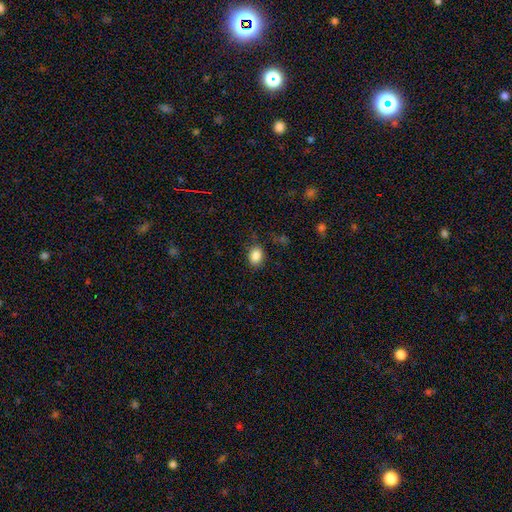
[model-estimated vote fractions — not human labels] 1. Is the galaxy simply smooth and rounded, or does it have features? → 86% smooth, 9% star or artifact, 5% featured or disk.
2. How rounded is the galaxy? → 56% in between, 43% round, 1% cigar-shaped.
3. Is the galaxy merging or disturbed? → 79% none, 15% minor disturbance, 5% major disturbance, 2% merger.